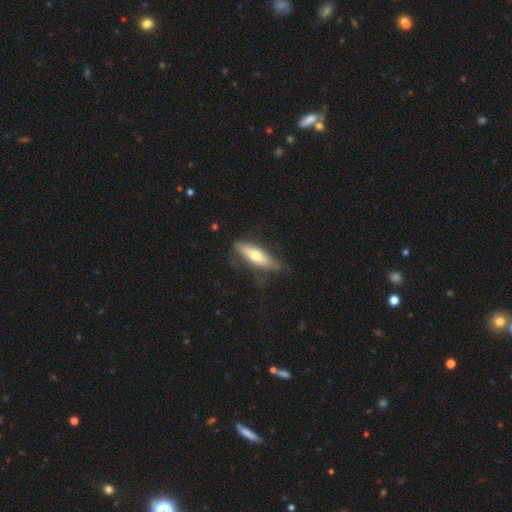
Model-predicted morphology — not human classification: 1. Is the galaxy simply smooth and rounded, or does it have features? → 54% smooth, 40% featured or disk, 6% star or artifact.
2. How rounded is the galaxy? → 64% cigar-shaped, 34% in between, 2% round.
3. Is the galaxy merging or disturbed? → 70% none, 22% minor disturbance, 6% major disturbance, 2% merger.